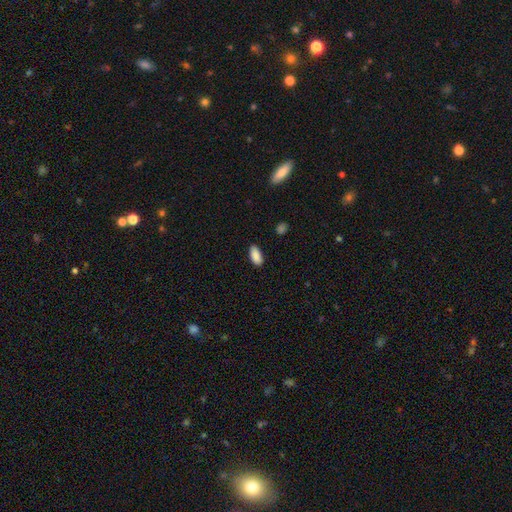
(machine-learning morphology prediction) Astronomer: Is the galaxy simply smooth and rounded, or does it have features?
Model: smooth — 90%.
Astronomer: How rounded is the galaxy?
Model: in between — 91%.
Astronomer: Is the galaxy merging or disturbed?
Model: none — 86%.